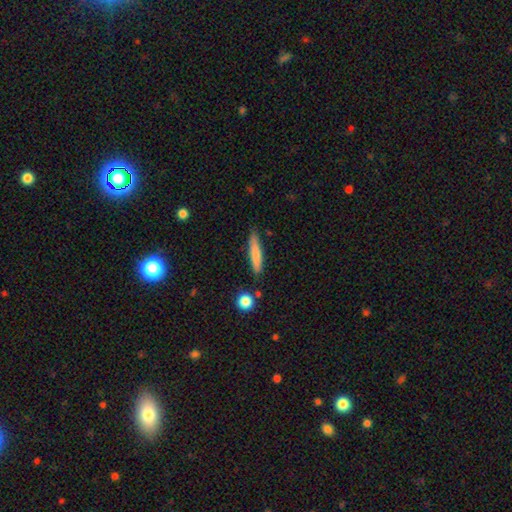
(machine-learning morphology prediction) This is likely a smooth galaxy (75%). How rounded: clearly cigar-shaped (88%). Merging: clearly none (80%).